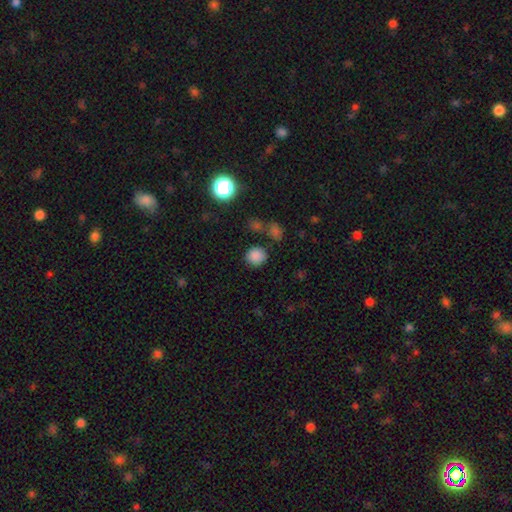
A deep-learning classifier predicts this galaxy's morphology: The model was most divided on "smooth or featured": smooth: 82%, star or artifact: 13%, featured or disk: 4%. More confident: how rounded — round (89%); merging — none (80%).